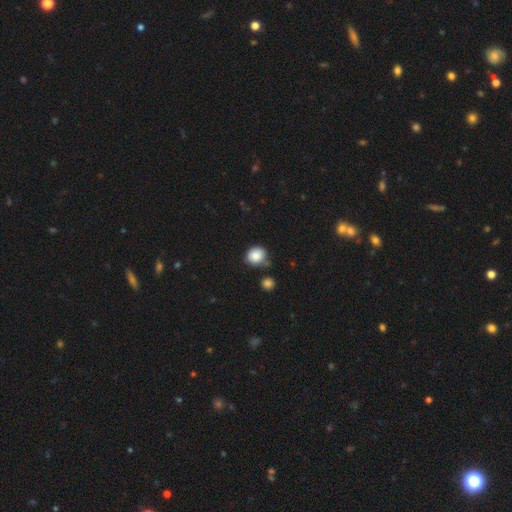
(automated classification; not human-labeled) A smooth galaxy with no disk features (86%) that is round (76%). Merging: none (70%).